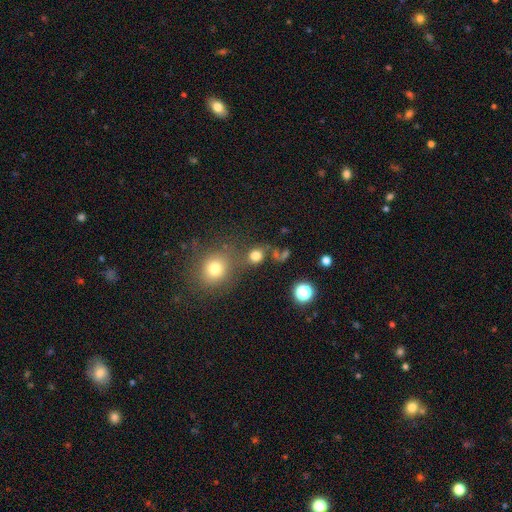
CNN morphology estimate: smooth-or-featured: smooth: 75% | star or artifact: 17% | featured or disk: 9%
  how-rounded: round: 77% | in between: 22% | cigar-shaped: 1%
  merging: none: 55% | merger: 23% | minor disturbance: 12% | major disturbance: 10%